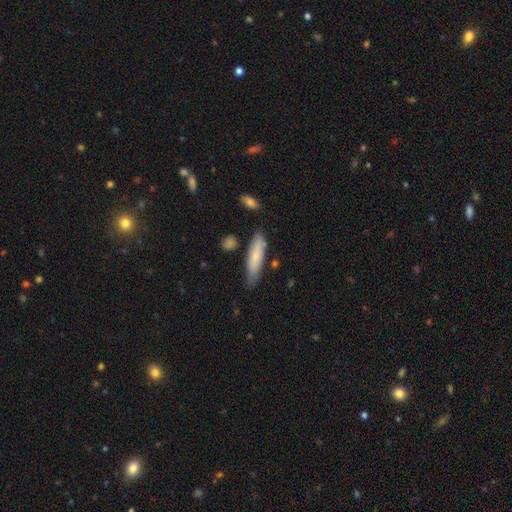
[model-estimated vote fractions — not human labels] smooth-or-featured: smooth: 74% | featured or disk: 20% | star or artifact: 6%
  how-rounded: cigar-shaped: 71% | in between: 28% | round: 2%
  merging: none: 71% | minor disturbance: 21% | merger: 4% | major disturbance: 4%